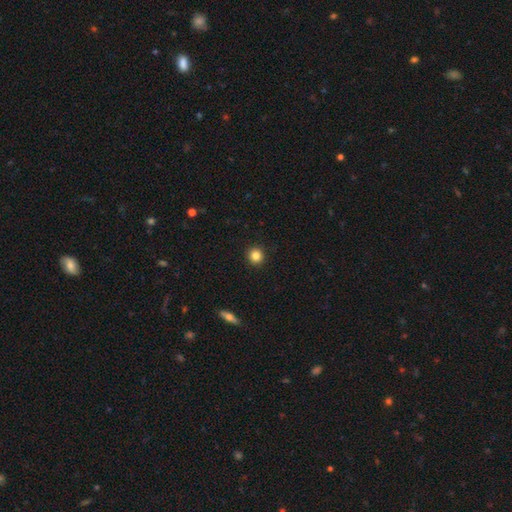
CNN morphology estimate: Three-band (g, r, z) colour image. It shows a smooth galaxy with no disk features (84%) that is round (94%). Merging: none (93%).